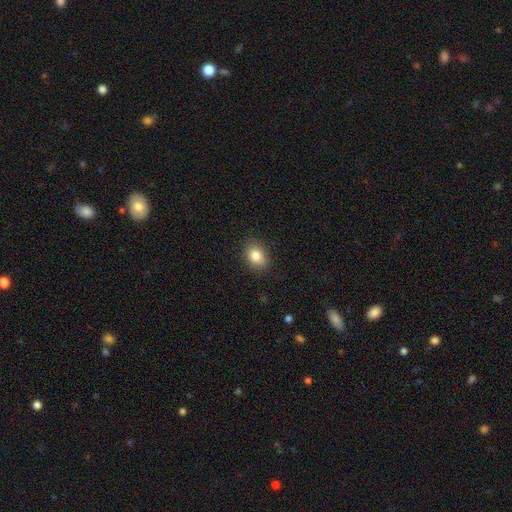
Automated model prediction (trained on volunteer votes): Q: Smooth or featured?
A: smooth (83%); runner-up: star or artifact (10%)
Q: How rounded?
A: in between (60%); runner-up: round (39%)
Q: Merging?
A: none (86%); runner-up: minor disturbance (10%)